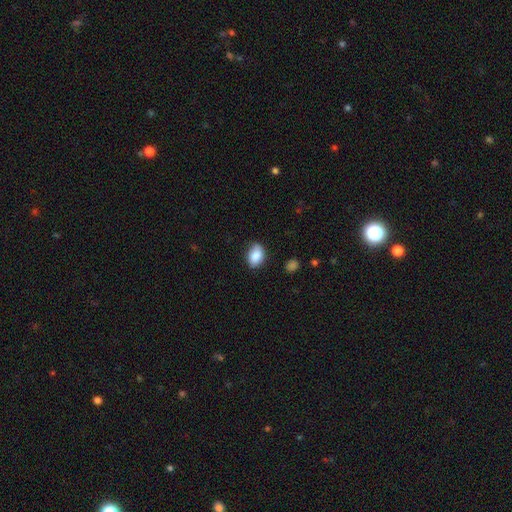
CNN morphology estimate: Smooth or featured? Predicted: smooth (p=0.85). How rounded? Predicted: in between (p=0.81). Merging? Predicted: none (p=0.74).